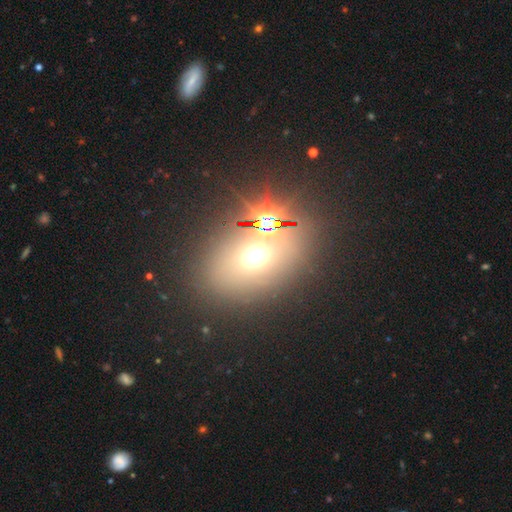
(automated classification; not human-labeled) Smooth or featured? Predicted: smooth (p=0.44). Merging? Predicted: none (p=0.72).